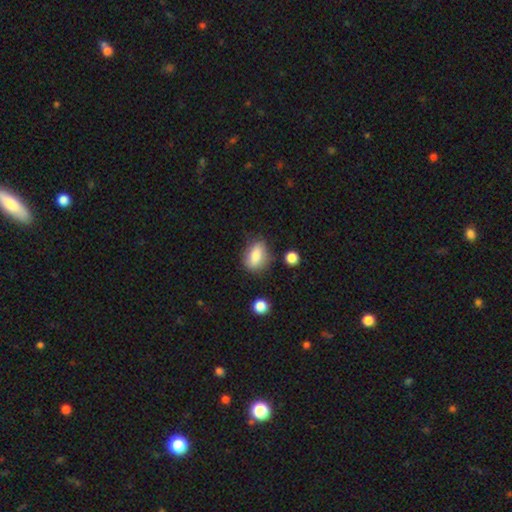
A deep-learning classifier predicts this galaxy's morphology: type=smooth (78%); roundness=in between (78%); merging=none (68%).